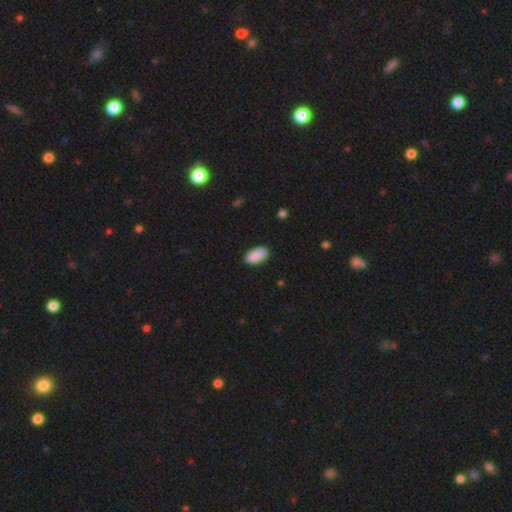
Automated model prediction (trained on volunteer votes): smooth-or-featured: smooth: 89% | star or artifact: 7% | featured or disk: 4%
  how-rounded: in between: 93% | cigar-shaped: 4% | round: 2%
  merging: none: 83% | minor disturbance: 13% | major disturbance: 2% | merger: 1%